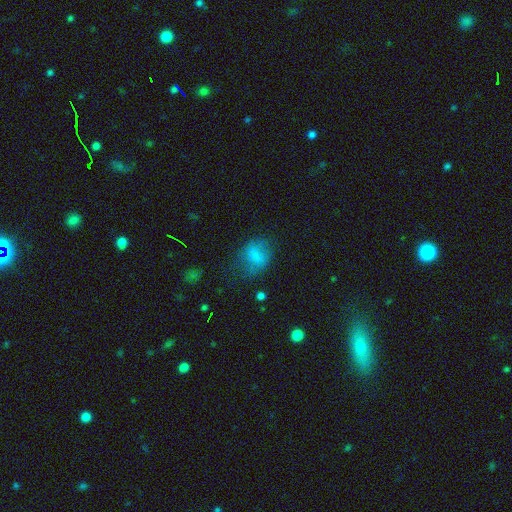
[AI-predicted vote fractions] smooth 72%, featured or disk 16%, star or artifact 12%. Down the decision tree: how rounded — in between (61%); merging — none (51%).